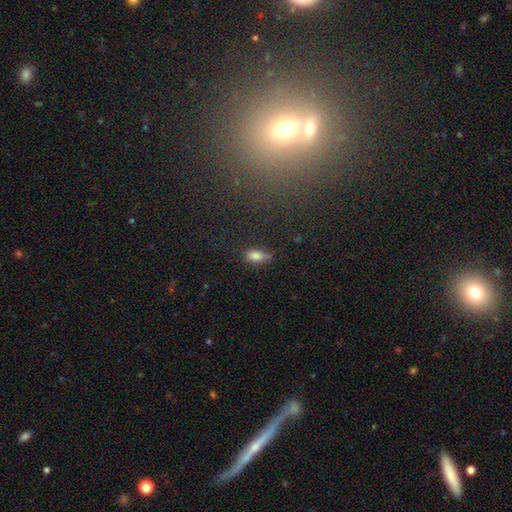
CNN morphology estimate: This is clearly a smooth galaxy (83%). How rounded: clearly in between (89%). Merging: likely none (70%).